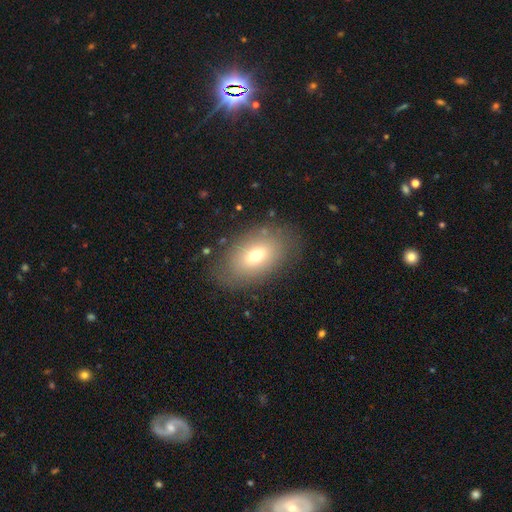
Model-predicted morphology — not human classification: Smooth or featured?
  - smooth: 68% *
  - featured or disk: 21%
  - star or artifact: 11%
How rounded?
  - in between: 87% *
  - round: 11%
  - cigar-shaped: 2%
Merging?
  - none: 81% *
  - minor disturbance: 12%
  - major disturbance: 5%
  - merger: 1%